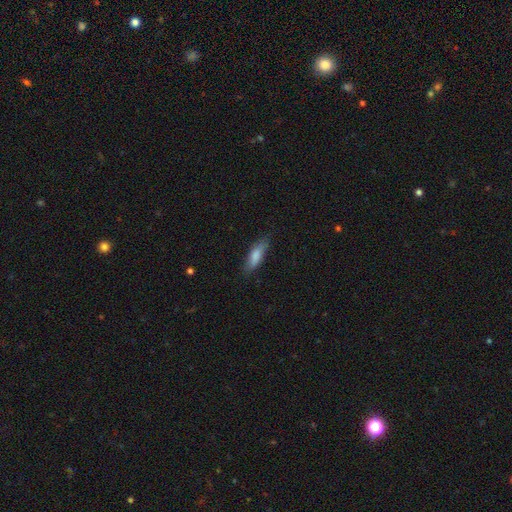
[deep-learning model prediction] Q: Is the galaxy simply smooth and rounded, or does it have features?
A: smooth — 79%.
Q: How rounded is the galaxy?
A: cigar-shaped — 50%.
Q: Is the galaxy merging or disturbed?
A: none — 76%.